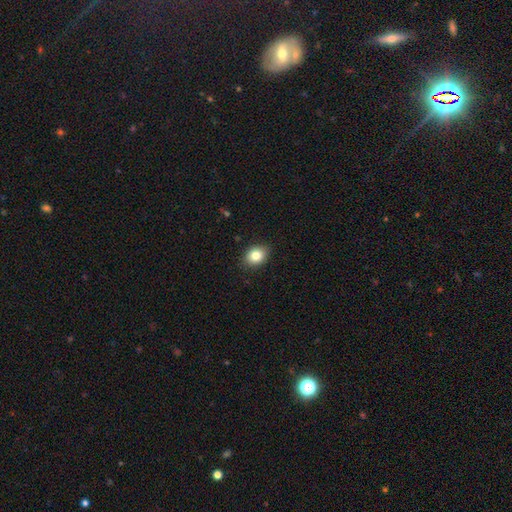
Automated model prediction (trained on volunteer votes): Smooth or featured? Predicted: smooth (p=0.82). How rounded? Predicted: in between (p=0.60). Merging? Predicted: none (p=0.87).